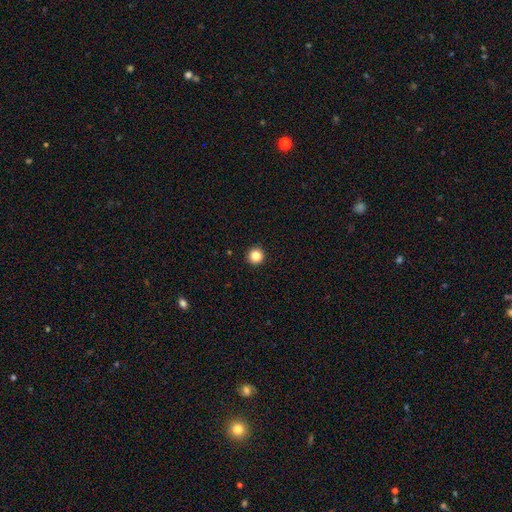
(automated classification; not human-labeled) This appears to be a smooth galaxy with no disk features (85%) that is round (96%). Merging: none (94%).